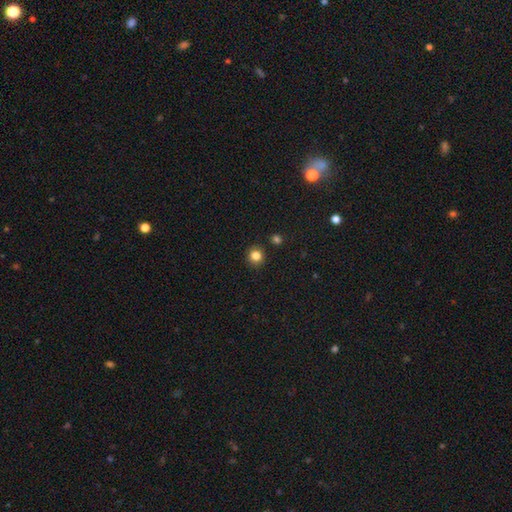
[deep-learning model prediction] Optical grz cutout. It shows a smooth galaxy with no disk features (83%) that is round (91%). Merging: none (90%).